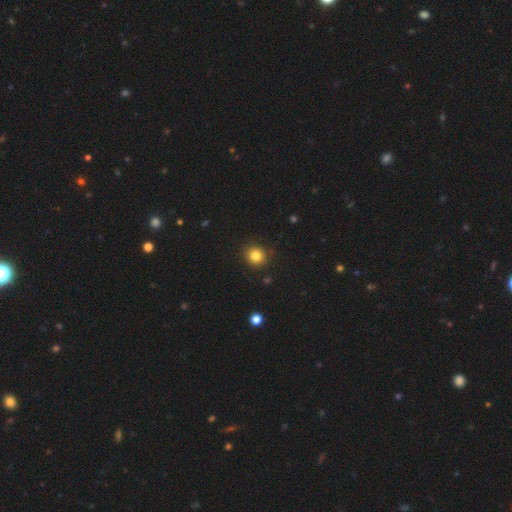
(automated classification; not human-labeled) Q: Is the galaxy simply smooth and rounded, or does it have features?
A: smooth — 82%.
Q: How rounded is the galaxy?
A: round — 91%.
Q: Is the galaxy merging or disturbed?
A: none — 91%.